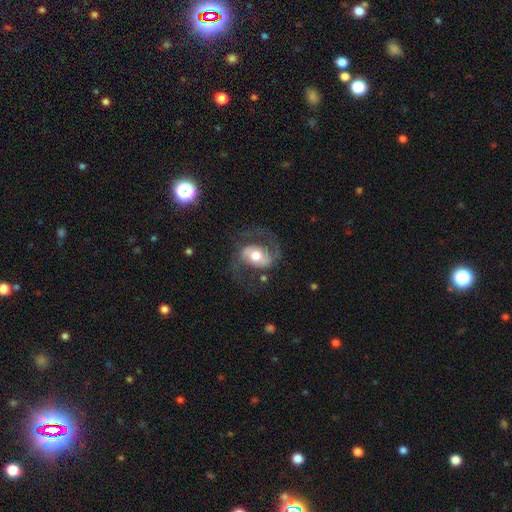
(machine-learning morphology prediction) Smooth or featured? Predicted: featured or disk (p=0.76). Edge-on disk? Predicted: no (p=0.97). Bar? Predicted: no (p=0.40). Spiral arms? Predicted: yes (p=0.88). Spiral winding? Predicted: medium (p=0.51). Spiral arm count? Predicted: 2 (p=0.89). Bulge size? Predicted: moderate (p=0.68). Merging? Predicted: none (p=0.64).